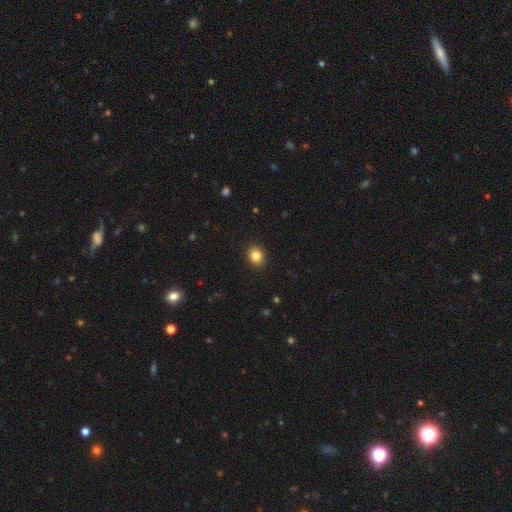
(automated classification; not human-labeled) smooth 84%, star or artifact 10%, featured or disk 6%. Down the decision tree: how rounded — round (68%); merging — none (91%).